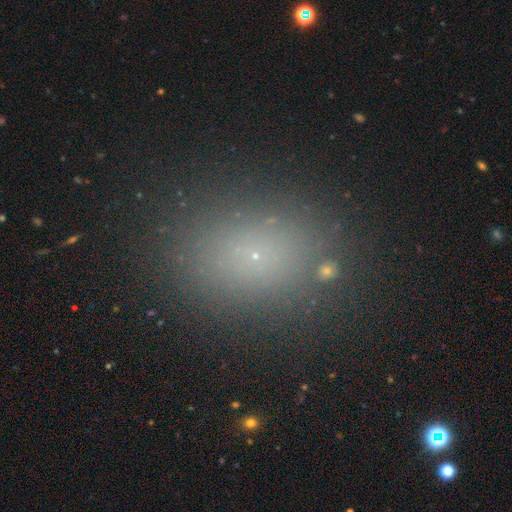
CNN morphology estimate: smooth-or-featured: smooth: 66% | star or artifact: 24% | featured or disk: 10%
  how-rounded: in between: 67% | round: 31% | cigar-shaped: 2%
  merging: none: 86% | minor disturbance: 9% | major disturbance: 3% | merger: 2%